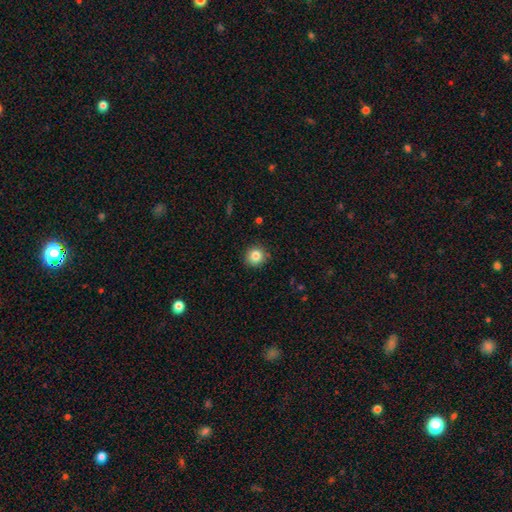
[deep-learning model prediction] smooth 83%, star or artifact 11%, featured or disk 6%. Down the decision tree: how rounded — round (92%); merging — none (89%).